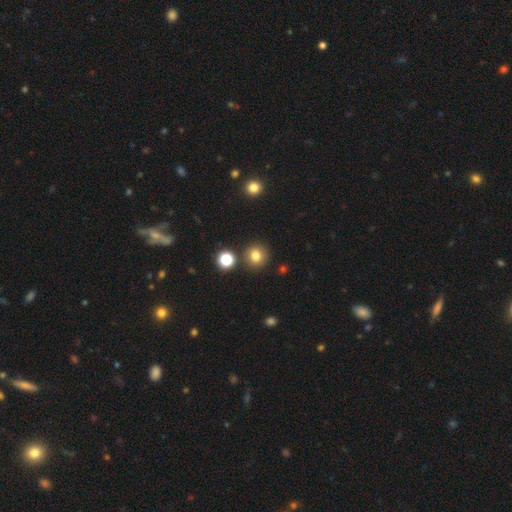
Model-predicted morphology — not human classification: This is likely a smooth galaxy (80%). How rounded: clearly round (89%). Merging: clearly none (85%).